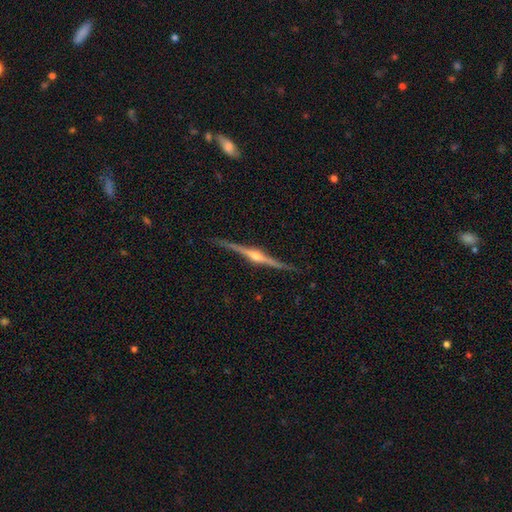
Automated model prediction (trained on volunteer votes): Overall: featured or disk (89%). Edge-on disk: yes (98%). Edge-on bulge: rounded (93%). Merging: none (88%).